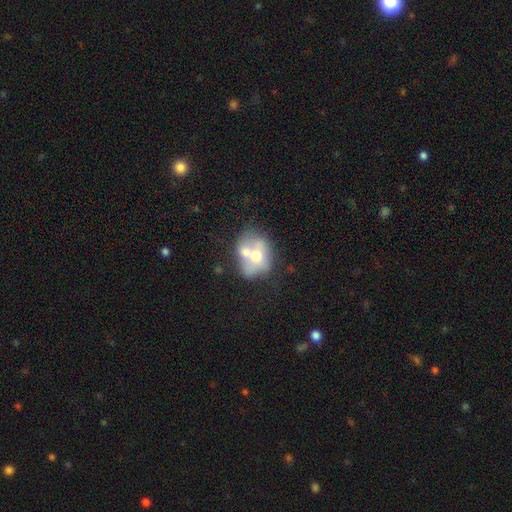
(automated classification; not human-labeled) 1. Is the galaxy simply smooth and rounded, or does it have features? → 49% smooth, 42% featured or disk, 9% star or artifact.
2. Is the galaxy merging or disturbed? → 58% merger, 23% none, 11% minor disturbance, 8% major disturbance.